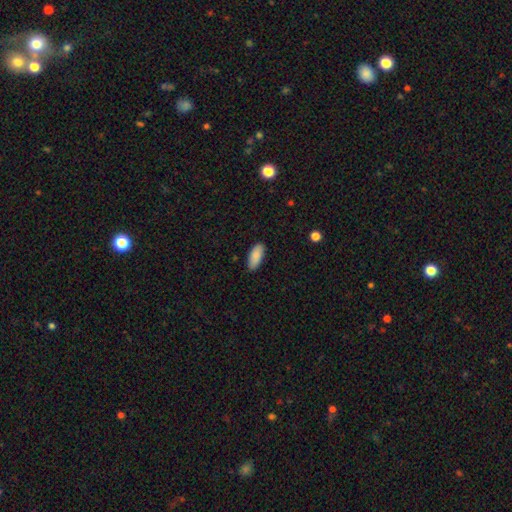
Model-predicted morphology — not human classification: The model was most divided on "how rounded": in between: 85%, cigar-shaped: 13%, round: 2%. More confident: smooth or featured — smooth (88%); merging — none (88%).